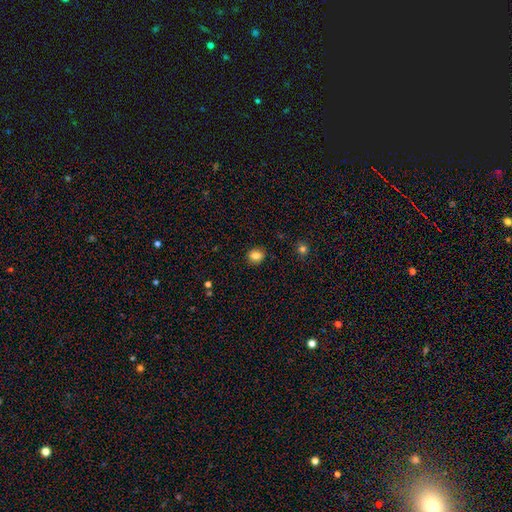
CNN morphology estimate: This appears to be a smooth galaxy with no disk features (84%) that is round (68%). Merging: none (89%).